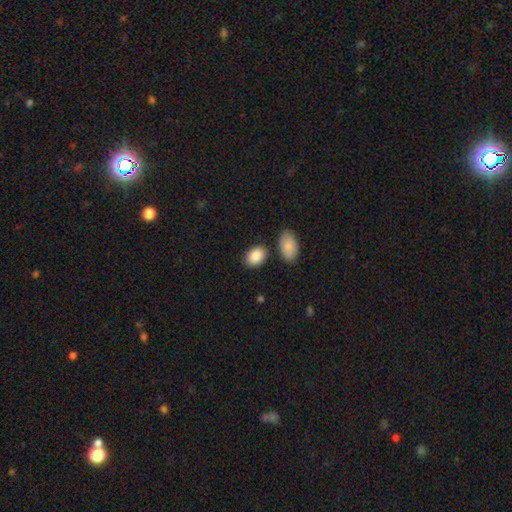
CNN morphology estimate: This is clearly a smooth galaxy (88%). How rounded: likely in between (79%). Merging: likely none (79%).